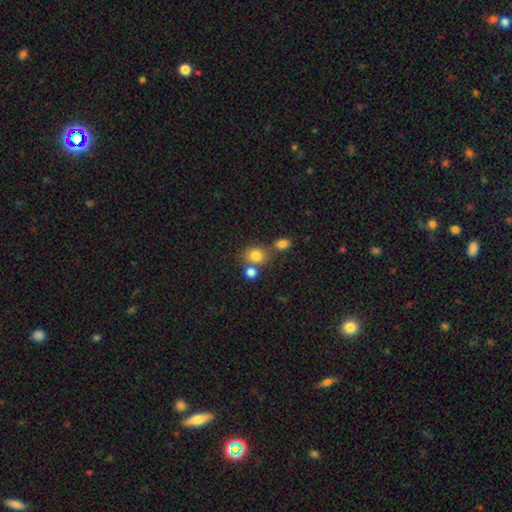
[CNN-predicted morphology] smooth_or_featured: smooth (p=0.80) [alt: star or artifact p=0.12]
how_rounded: round (p=0.66) [alt: in between p=0.33]
merging: none (p=0.56) [alt: merger p=0.28]